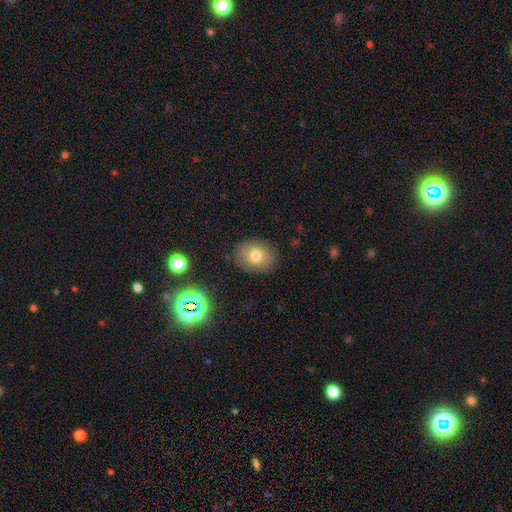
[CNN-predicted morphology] smooth-or-featured: smooth: 73% | featured or disk: 16% | star or artifact: 11%
  how-rounded: round: 50% | in between: 49% | cigar-shaped: 1%
  merging: none: 86% | minor disturbance: 10% | major disturbance: 3% | merger: 1%